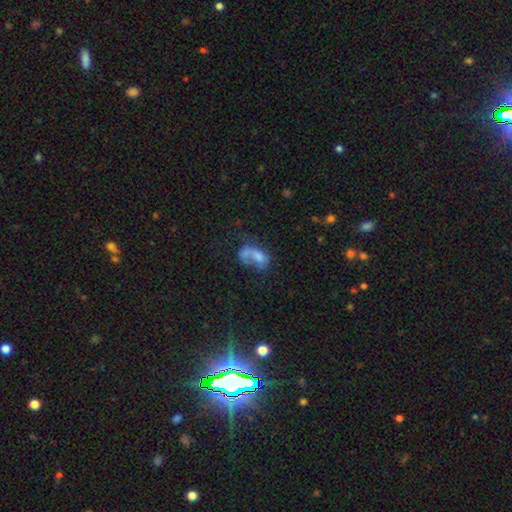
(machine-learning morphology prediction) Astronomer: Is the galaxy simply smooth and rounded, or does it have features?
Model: smooth — 58%.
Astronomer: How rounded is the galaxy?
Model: in between — 81%.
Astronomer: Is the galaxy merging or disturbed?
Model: merger — 43% (runner-up: major disturbance, 22%).